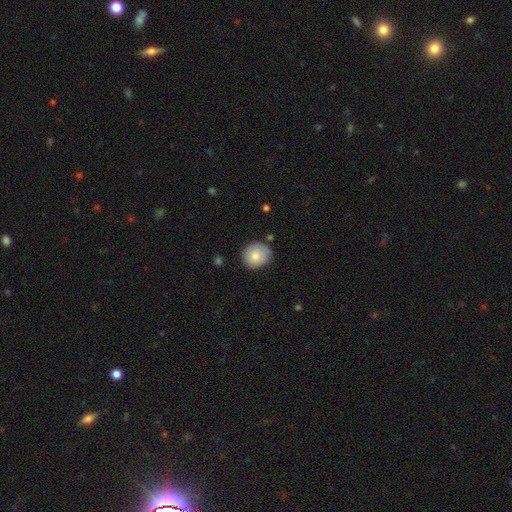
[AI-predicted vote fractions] A smooth galaxy with no disk features (82%) that is round (80%). Merging: none (78%).